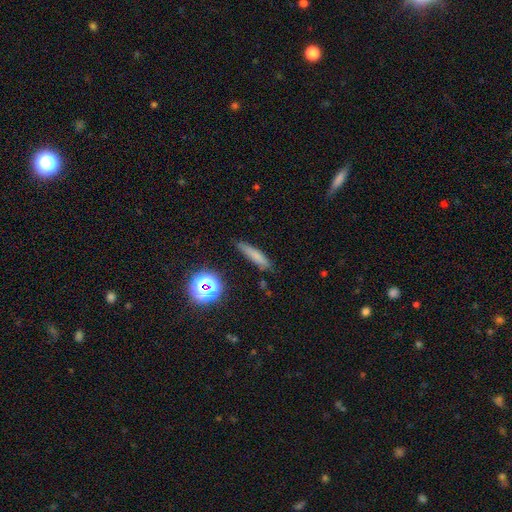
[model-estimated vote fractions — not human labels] Morphology: type=smooth (71%); roundness=cigar-shaped (84%); merging=none (79%).